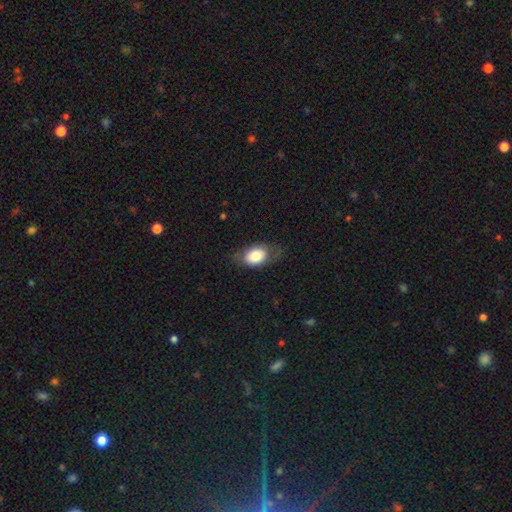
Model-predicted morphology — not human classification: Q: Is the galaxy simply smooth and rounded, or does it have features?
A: smooth — 73%.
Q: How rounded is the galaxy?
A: in between — 83%.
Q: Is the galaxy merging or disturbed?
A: none — 69%.